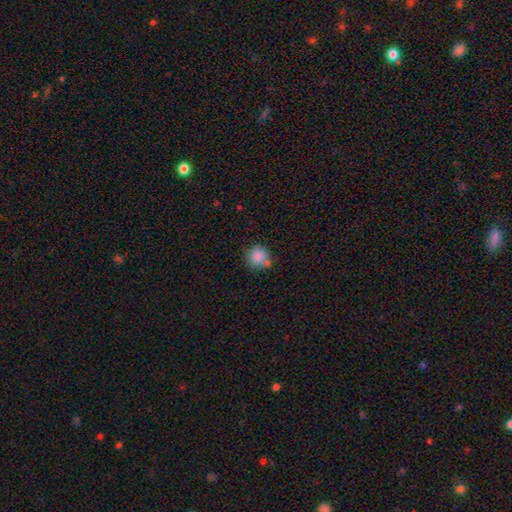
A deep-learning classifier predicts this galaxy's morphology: smooth-or-featured: smooth: 84% | star or artifact: 10% | featured or disk: 6%
  how-rounded: round: 91% | in between: 8% | cigar-shaped: 1%
  merging: none: 66% | minor disturbance: 17% | merger: 13% | major disturbance: 4%